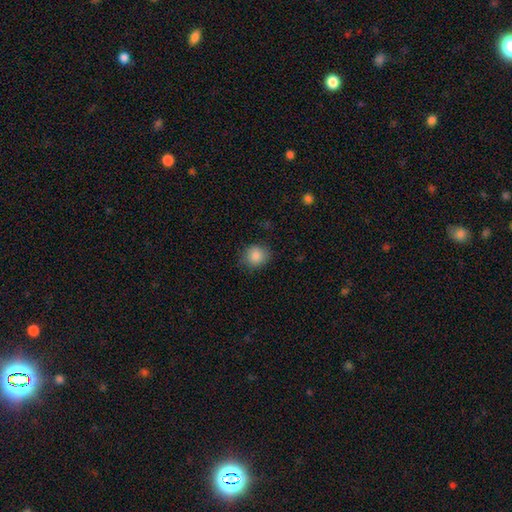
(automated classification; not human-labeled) The model was most divided on "how rounded": round: 79%, in between: 20%, cigar-shaped: 1%. More confident: smooth or featured — smooth (87%); merging — none (82%).